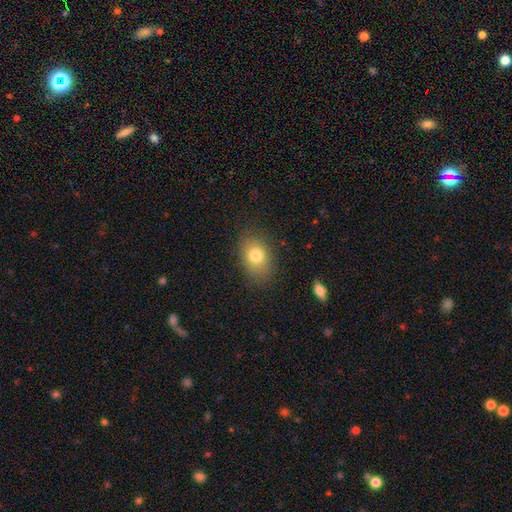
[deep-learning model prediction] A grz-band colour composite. It shows a smooth galaxy with no disk features (79%) that is in between round and cigar-shaped (73%). Merging: none (80%).